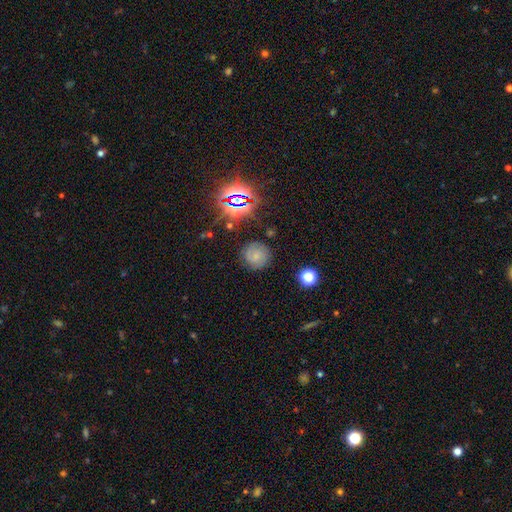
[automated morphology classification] Q: Smooth or featured?
A: smooth (54%); runner-up: featured or disk (26%)
Q: How rounded?
A: round (91%); runner-up: in between (8%)
Q: Merging?
A: none (81%); runner-up: minor disturbance (13%)